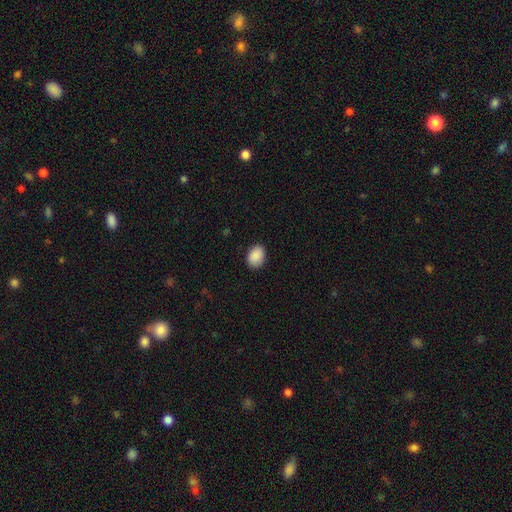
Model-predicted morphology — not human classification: A smooth galaxy with no disk features (90%) that is in between round and cigar-shaped (73%).

Vote fractions:
- Smooth or featured? smooth: 90% / star or artifact: 7% / featured or disk: 3%
- How rounded? in between: 73% / round: 26% / cigar-shaped: 1%
- Merging? none: 88% / minor disturbance: 9% / major disturbance: 2% / merger: 1%